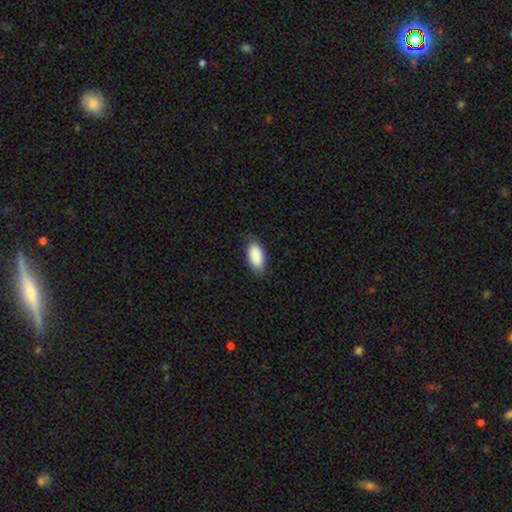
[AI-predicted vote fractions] This appears to be a smooth galaxy with no disk features (91%) that is in between round and cigar-shaped (93%). Merging: none (84%).